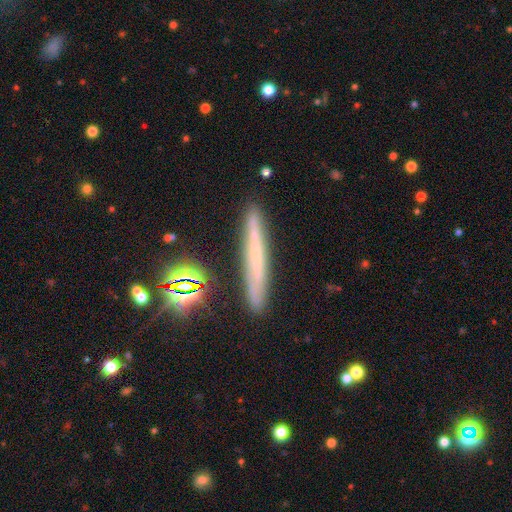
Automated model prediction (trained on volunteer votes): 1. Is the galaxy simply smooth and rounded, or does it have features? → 47% smooth, 39% featured or disk, 13% star or artifact.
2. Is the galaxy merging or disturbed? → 87% none, 9% minor disturbance, 2% merger, 2% major disturbance.